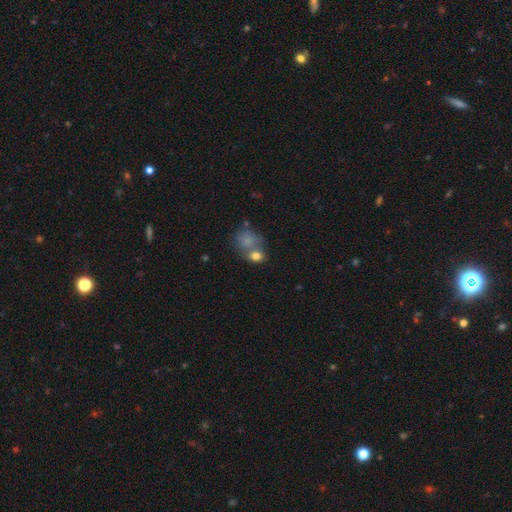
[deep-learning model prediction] Smooth or featured? Predicted: smooth (p=0.78). How rounded? Predicted: round (p=0.58). Merging? Predicted: merger (p=0.43).